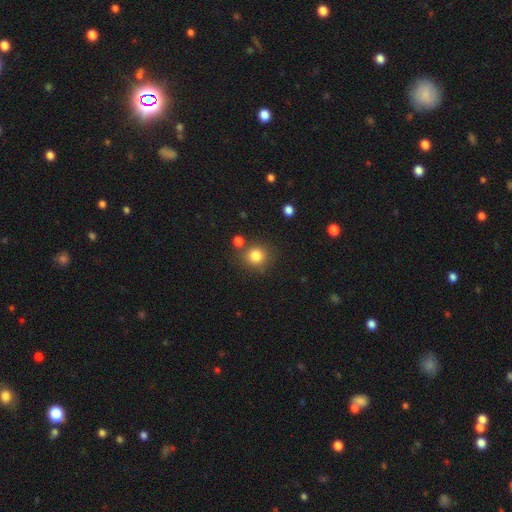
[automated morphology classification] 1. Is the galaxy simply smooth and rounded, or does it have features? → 82% smooth, 12% star or artifact, 6% featured or disk.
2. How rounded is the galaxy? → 90% round, 9% in between, 1% cigar-shaped.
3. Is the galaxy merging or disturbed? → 77% none, 10% merger, 10% minor disturbance, 3% major disturbance.